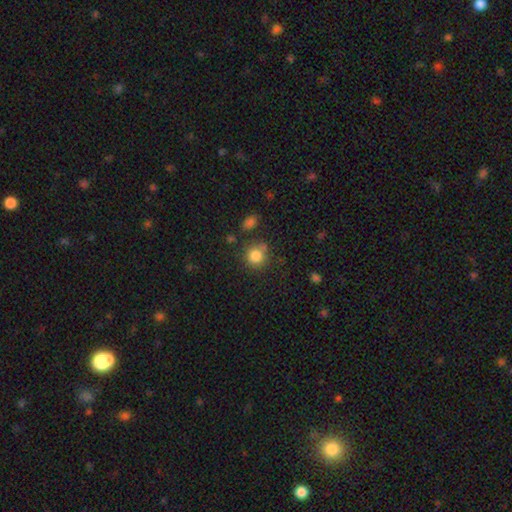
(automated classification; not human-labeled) Q: Smooth or featured?
A: smooth (84%); runner-up: star or artifact (10%)
Q: How rounded?
A: round (88%); runner-up: in between (11%)
Q: Merging?
A: none (72%); runner-up: minor disturbance (15%)